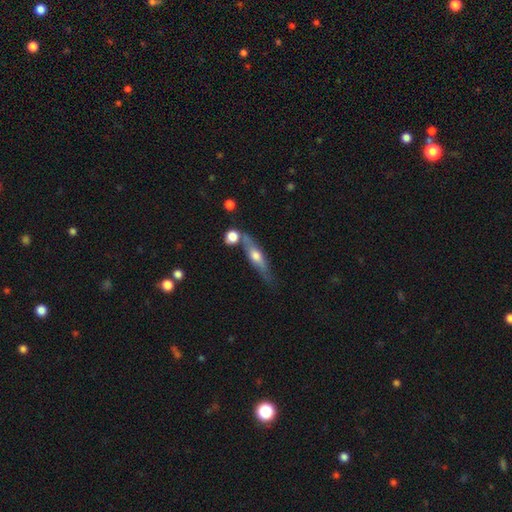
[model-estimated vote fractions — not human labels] Smooth or featured: featured or disk — 60% (smooth — 32%)
Edge-on disk: yes — 88% (no — 12%)
Edge-on bulge: rounded — 89% (boxy — 6%)
Merging: none — 67% (minor disturbance — 15%)